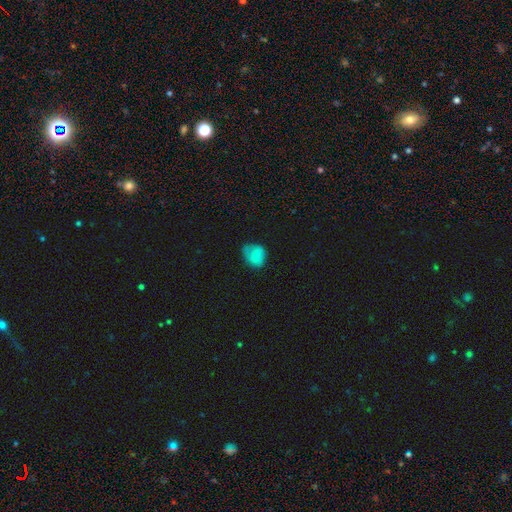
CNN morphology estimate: smooth_or_featured: smooth (p=0.78) [alt: featured or disk p=0.11]
how_rounded: round (p=0.54) [alt: in between p=0.45]
merging: none (p=0.52) [alt: minor disturbance p=0.35]